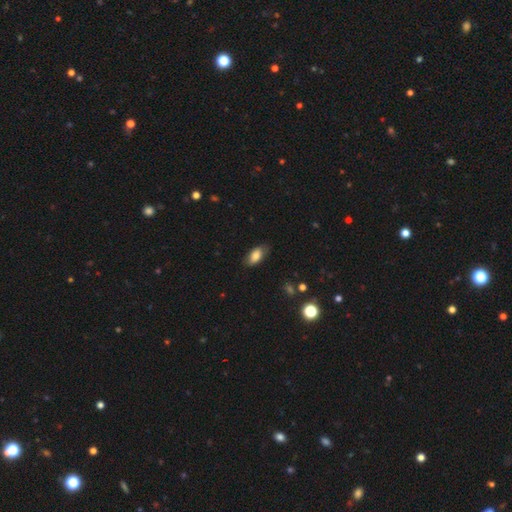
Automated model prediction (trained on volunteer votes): smooth_or_featured: smooth (p=0.82) [alt: featured or disk p=0.11]
how_rounded: in between (p=0.91) [alt: cigar-shaped p=0.05]
merging: none (p=0.80) [alt: minor disturbance p=0.16]